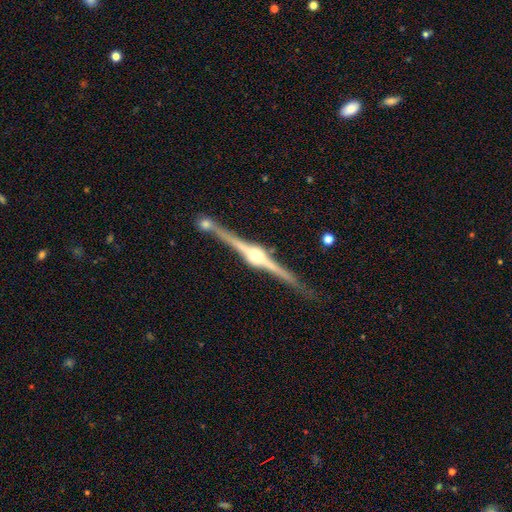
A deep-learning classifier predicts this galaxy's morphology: smooth-or-featured: featured or disk: 91% | smooth: 5% | star or artifact: 5%
  disk-edge-on: yes: 98% | no: 2%
    edge-on-bulge: rounded: 93% | boxy: 5% | none: 2%
  merging: none: 82% | minor disturbance: 10% | merger: 5% | major disturbance: 2%